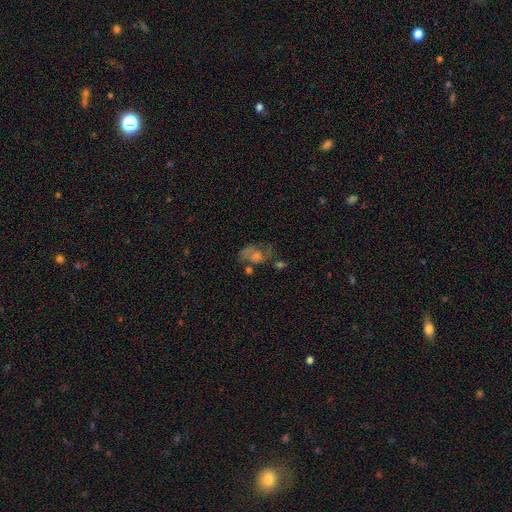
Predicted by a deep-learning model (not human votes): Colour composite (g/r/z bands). It shows a featured or disk galaxy (52%). Merging: none (49%).